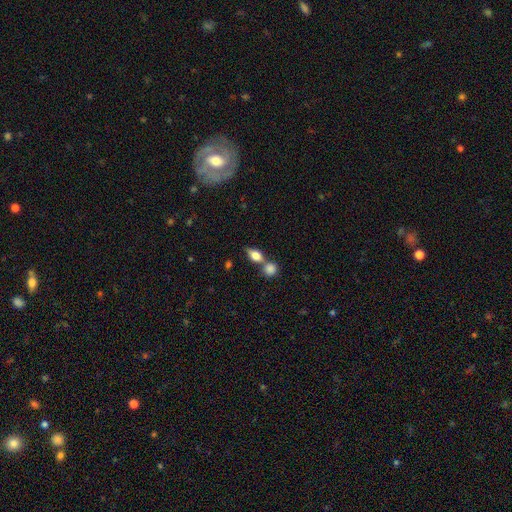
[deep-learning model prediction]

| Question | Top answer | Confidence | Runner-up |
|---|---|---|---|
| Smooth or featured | smooth | 73% | featured or disk (18%) |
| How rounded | in between | 71% | round (20%) |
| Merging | none | 44% | merger (41%) |